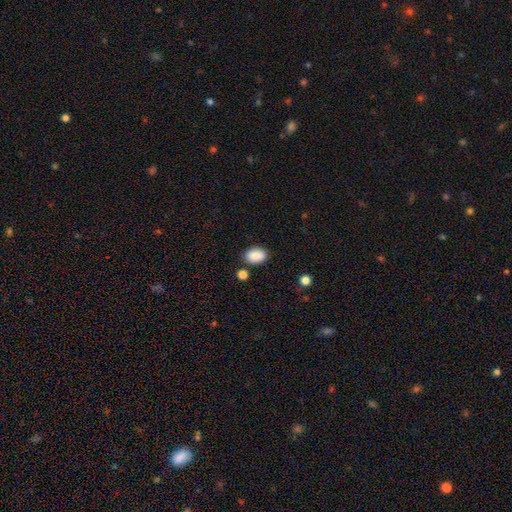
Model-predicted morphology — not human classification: The model was most divided on "how rounded": in between: 84%, round: 15%, cigar-shaped: 1%. More confident: smooth or featured — smooth (88%); merging — none (81%).